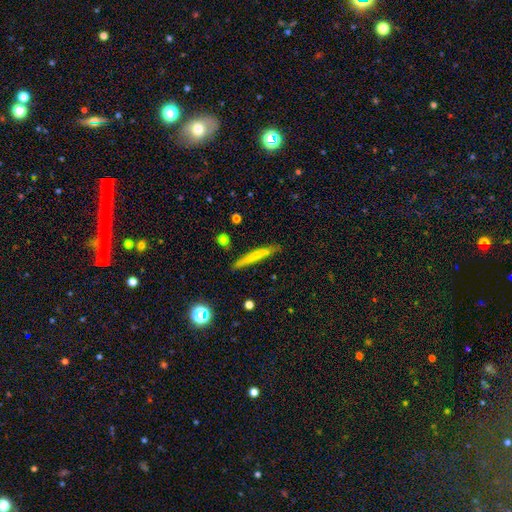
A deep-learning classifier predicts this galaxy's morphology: A smooth galaxy with no disk features (62%) that is cigar-shaped (95%). Merging: none (83%).